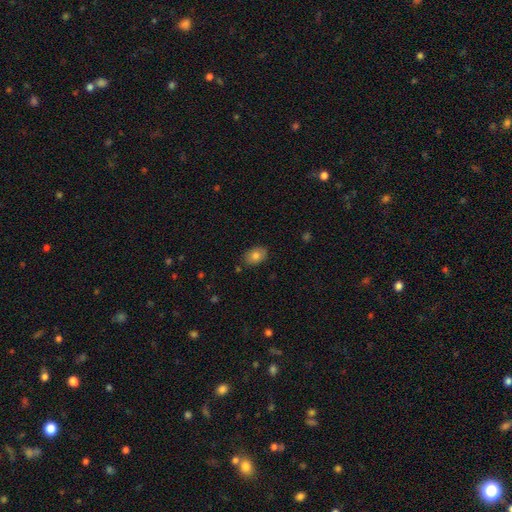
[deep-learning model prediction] Smooth or featured? smooth (80%)
How rounded? in between (82%)
Merging? none (85%)